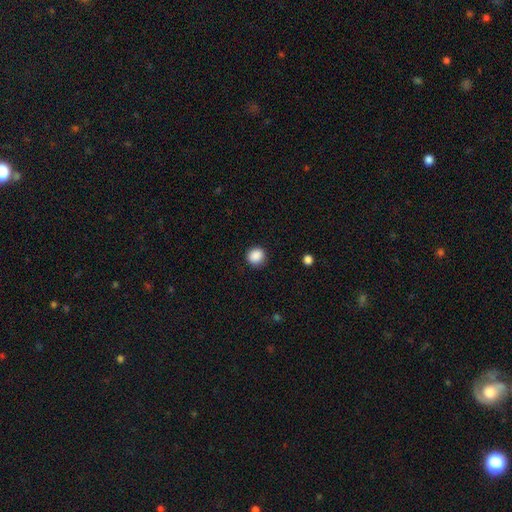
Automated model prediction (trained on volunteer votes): Overall: smooth (88%). How rounded: round (91%). Merging: none (88%).